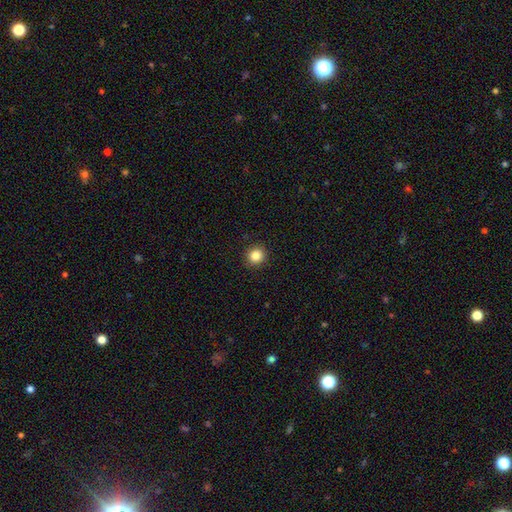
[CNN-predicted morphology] Smooth or featured? smooth (84%)
How rounded? round (92%)
Merging? none (92%)